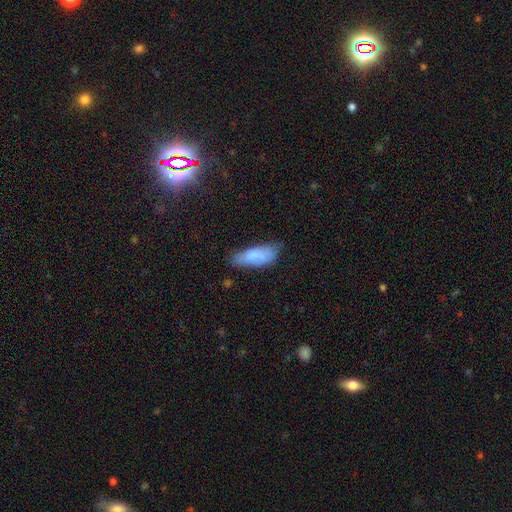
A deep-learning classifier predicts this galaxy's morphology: Overall: smooth (81%). How rounded: in between (71%). Merging: none (61%; minor disturbance 31%).